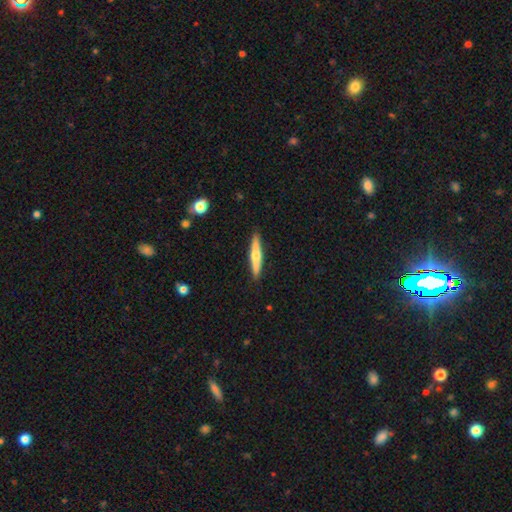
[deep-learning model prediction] smooth_or_featured: smooth (p=0.52) [alt: featured or disk p=0.43]
how_rounded: cigar-shaped (p=0.92) [alt: in between p=0.06]
merging: none (p=0.91) [alt: minor disturbance p=0.07]